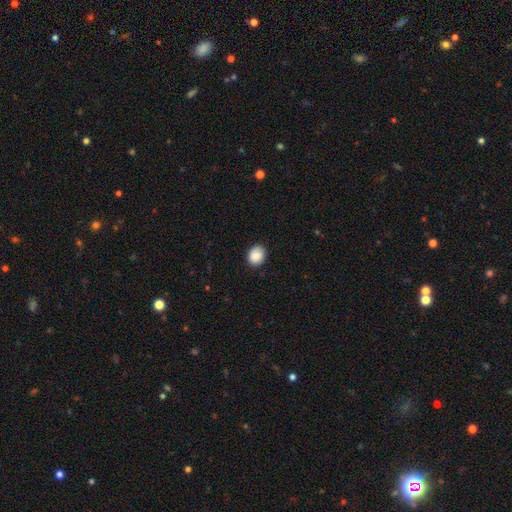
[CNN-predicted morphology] Smooth or featured? Predicted: smooth (p=0.88). How rounded? Predicted: round (p=0.56). Merging? Predicted: none (p=0.84).